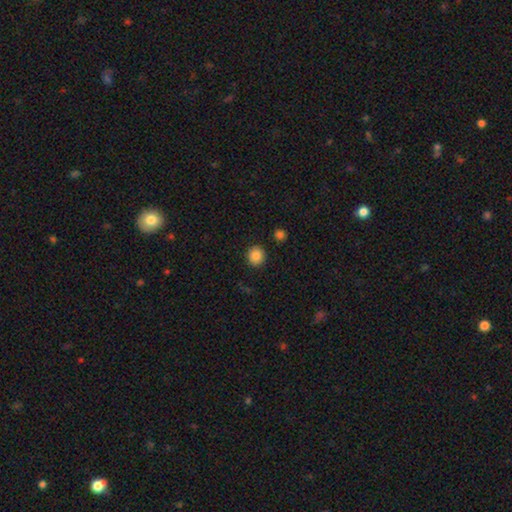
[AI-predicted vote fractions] Overall: smooth (86%). How rounded: round (88%). Merging: none (90%).